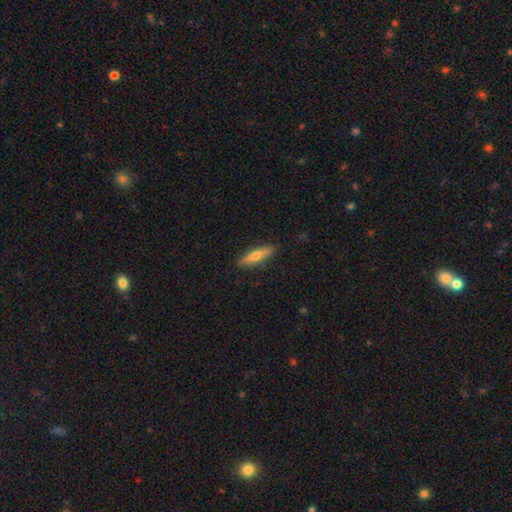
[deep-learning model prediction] smooth-or-featured: smooth: 62% | featured or disk: 32% | star or artifact: 6%
  how-rounded: cigar-shaped: 76% | in between: 22% | round: 2%
  merging: none: 88% | minor disturbance: 9% | major disturbance: 2% | merger: 1%